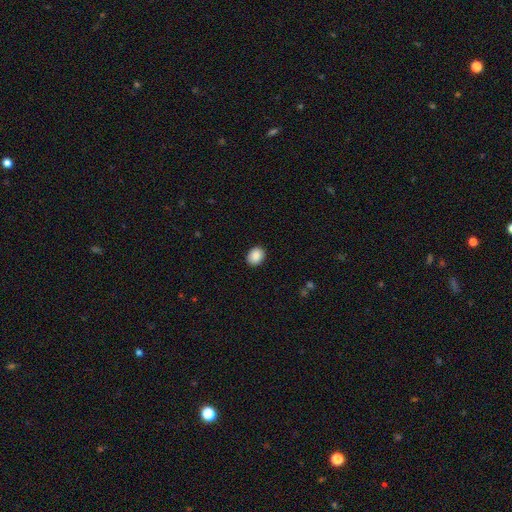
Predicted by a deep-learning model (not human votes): smooth_or_featured: smooth (p=0.89) [alt: star or artifact p=0.08]
how_rounded: round (p=0.50) [alt: in between p=0.49]
merging: none (p=0.91) [alt: minor disturbance p=0.07]